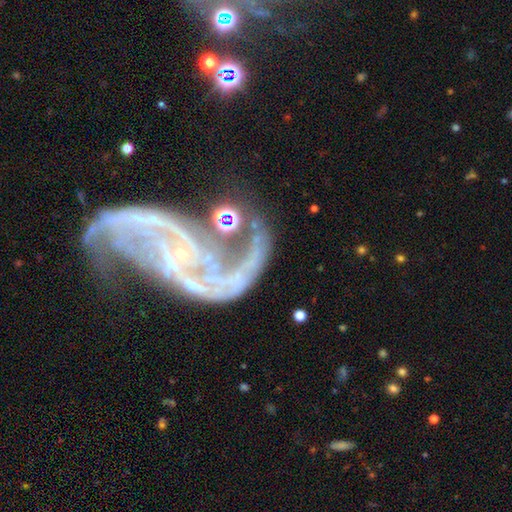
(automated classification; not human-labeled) A featured or disk galaxy (88%) with no bar (49%), 2 (73%) loose (51%) spiral arms (95%) and a small central bulge (78%).

Vote fractions:
- Smooth or featured? featured or disk: 88% / star or artifact: 8% / smooth: 4%
- Edge-on disk? no: 97% / yes: 3%
- Bar? no: 49% / weak: 31% / strong: 20%
- Spiral arms? yes: 95% / no: 5%
- Spiral winding? loose: 51% / medium: 35% / tight: 14%
- Spiral arm count? 2: 73% / 3: 7% / can't tell: 7% / 1: 5% / 4: 4% / more than 4: 4%
- Bulge size? small: 78% / none: 15% / moderate: 5% / large: 1% / dominant: 1%
- Merging? none: 37% / major disturbance: 31% / minor disturbance: 19% / merger: 13%